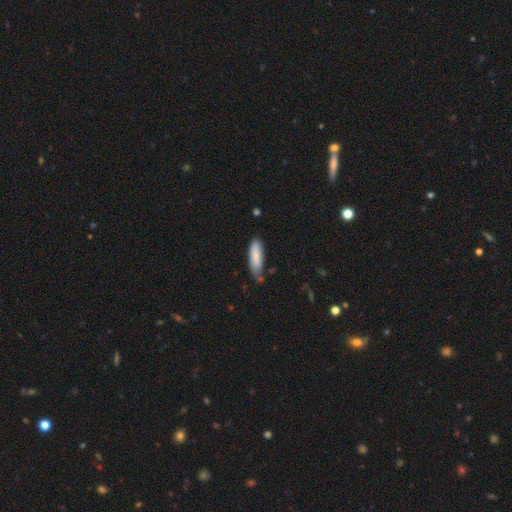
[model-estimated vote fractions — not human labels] The model was most divided on "how rounded": cigar-shaped: 51%, in between: 47%, round: 1%. More confident: smooth or featured — smooth (87%); merging — none (64%).